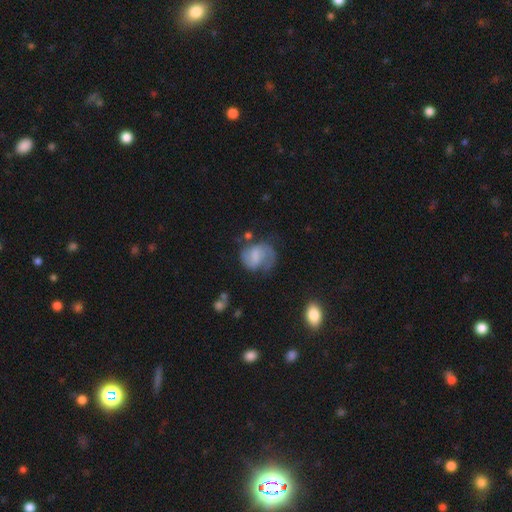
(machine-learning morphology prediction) A featured or disk galaxy (55%) with a weak bar (51%), spiral arms (84%) and no central bulge (39%).

Vote fractions:
- Smooth or featured? featured or disk: 55% / smooth: 37% / star or artifact: 8%
- Edge-on disk? no: 98% / yes: 2%
- Bar? weak: 51% / no: 31% / strong: 18%
- Spiral arms? yes: 84% / no: 16%
- Bulge size? none: 39% / small: 30% / moderate: 23% / large: 7% / dominant: 2%
- Merging? none: 47% / minor disturbance: 25% / major disturbance: 23% / merger: 4%